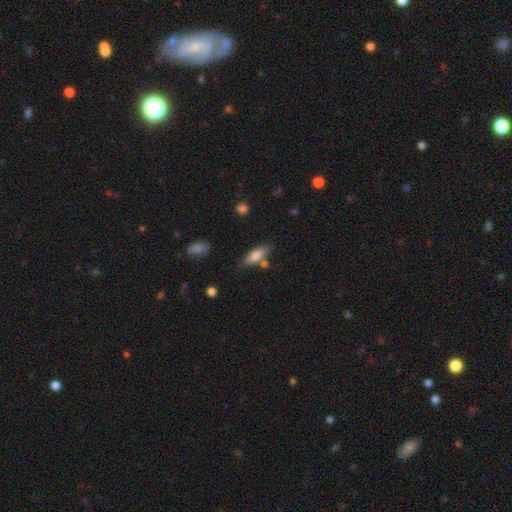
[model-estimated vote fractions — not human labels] smooth-or-featured: smooth: 75% | featured or disk: 18% | star or artifact: 7%
  how-rounded: in between: 62% | cigar-shaped: 35% | round: 3%
  merging: none: 66% | minor disturbance: 17% | merger: 13% | major disturbance: 4%